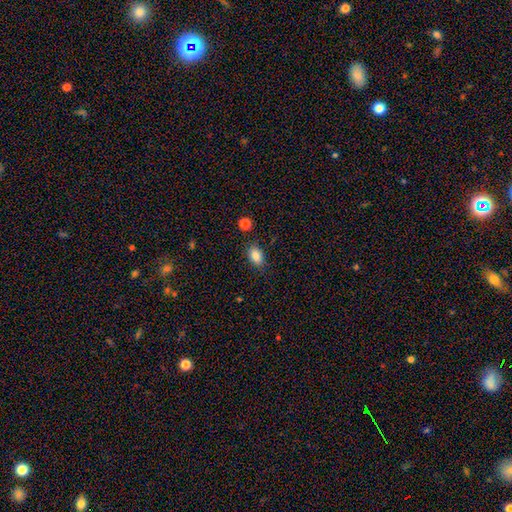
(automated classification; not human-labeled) Morphology: type=smooth (86%); roundness=in between (84%); merging=none (81%).